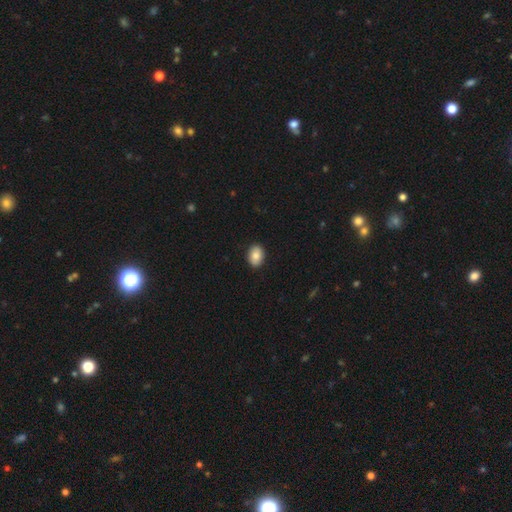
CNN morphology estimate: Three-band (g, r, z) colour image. It shows a smooth galaxy with no disk features (84%) that is in between round and cigar-shaped (80%). Merging: none (91%).